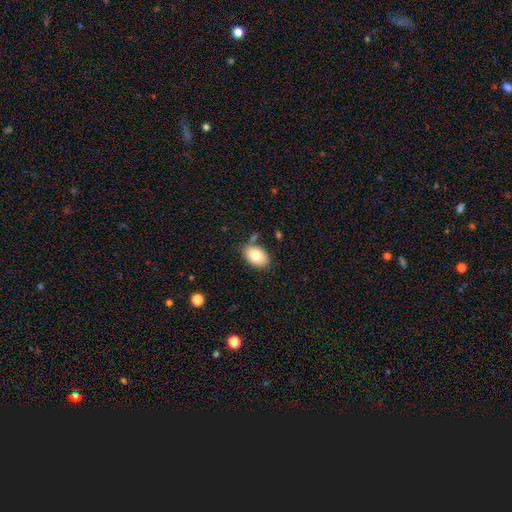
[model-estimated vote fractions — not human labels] Smooth or featured: smooth — 79% (featured or disk — 13%)
How rounded: in between — 89% (round — 10%)
Merging: none — 76% (minor disturbance — 14%)